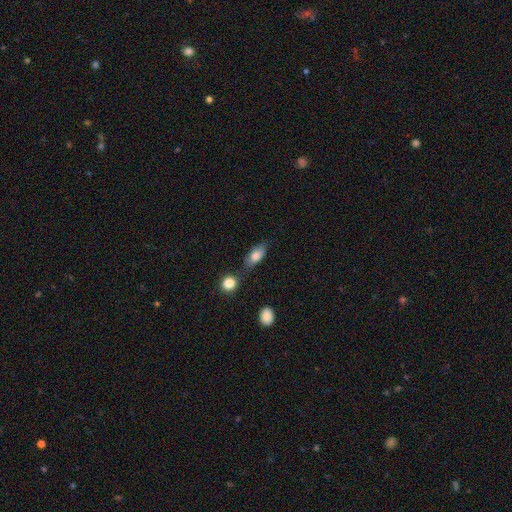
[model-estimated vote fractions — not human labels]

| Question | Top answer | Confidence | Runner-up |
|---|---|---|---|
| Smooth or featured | smooth | 76% | featured or disk (16%) |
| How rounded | in between | 81% | cigar-shaped (12%) |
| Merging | none | 62% | minor disturbance (21%) |